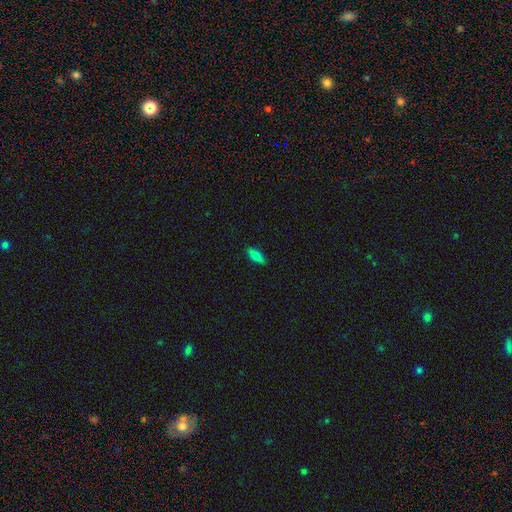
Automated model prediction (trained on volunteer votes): Morphology: type=smooth (80%); roundness=in between (76%); merging=none (88%).